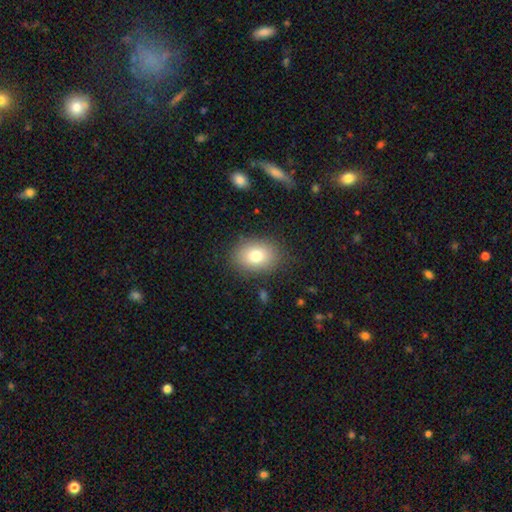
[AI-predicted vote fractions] This appears to be a smooth galaxy with no disk features (78%) that is in between round and cigar-shaped (65%). Merging: none (84%).